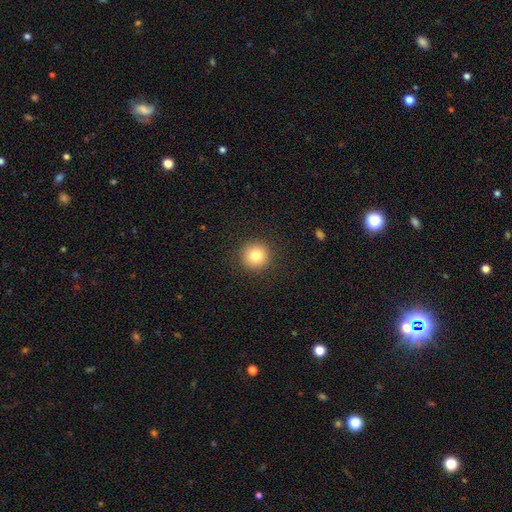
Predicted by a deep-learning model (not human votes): A smooth galaxy with no disk features (81%) that is round (95%). Merging: none (92%).